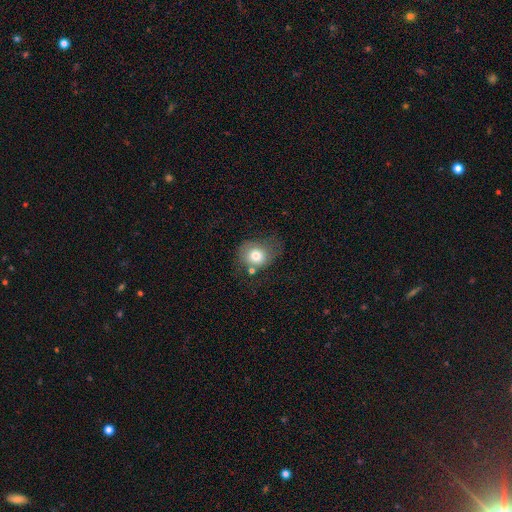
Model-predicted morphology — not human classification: This appears to be a smooth galaxy with no disk features (74%) that is round (65%). Merging: none (39%).